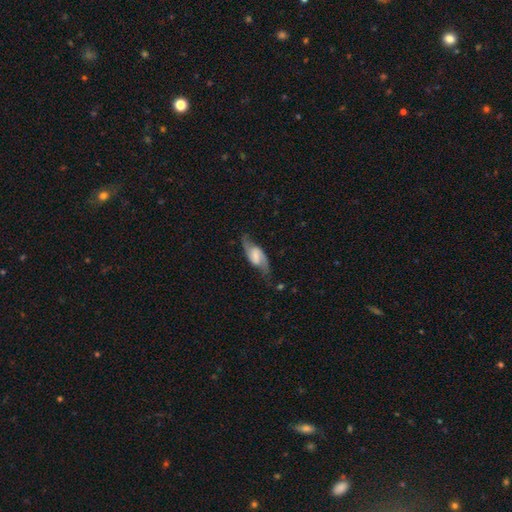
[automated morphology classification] A featured or disk galaxy (74%) with a weak bar (45%), 2 (90%) loose (51%) spiral arms (92%) and a small central bulge (32%).

Vote fractions:
- Smooth or featured? featured or disk: 74% / smooth: 20% / star or artifact: 6%
- Edge-on disk? no: 92% / yes: 8%
- Bar? weak: 45% / no: 32% / strong: 23%
- Spiral arms? yes: 92% / no: 8%
- Spiral winding? loose: 51% / medium: 37% / tight: 12%
- Spiral arm count? 2: 90% / can't tell: 4% / 1: 2% / 3: 1% / 4: 1% / more than 4: 1%
- Bulge size? small: 32% / moderate: 26% / none: 26% / large: 13% / dominant: 3%
- Merging? none: 68% / minor disturbance: 20% / major disturbance: 10% / merger: 2%